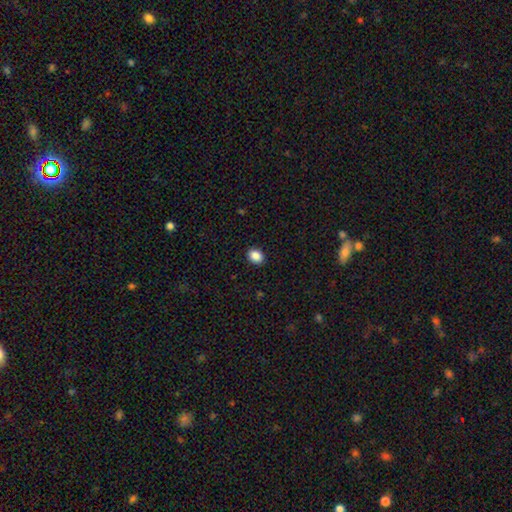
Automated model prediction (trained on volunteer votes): smooth-or-featured: smooth: 88% | star or artifact: 9% | featured or disk: 3%
  how-rounded: in between: 57% | round: 42% | cigar-shaped: 1%
  merging: none: 90% | minor disturbance: 7% | major disturbance: 2% | merger: 1%